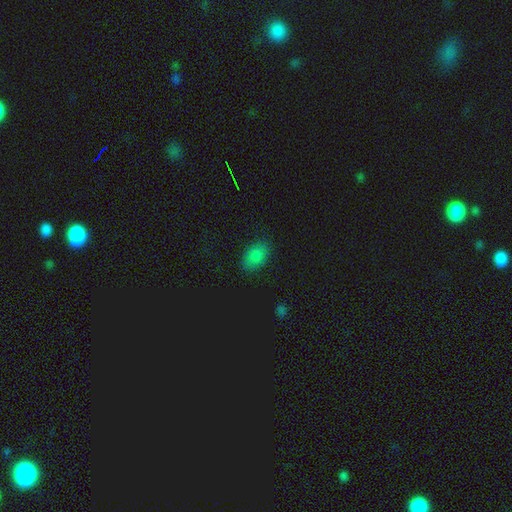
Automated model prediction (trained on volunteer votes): Morphology: type=smooth (82%); roundness=in between (89%); merging=none (83%).